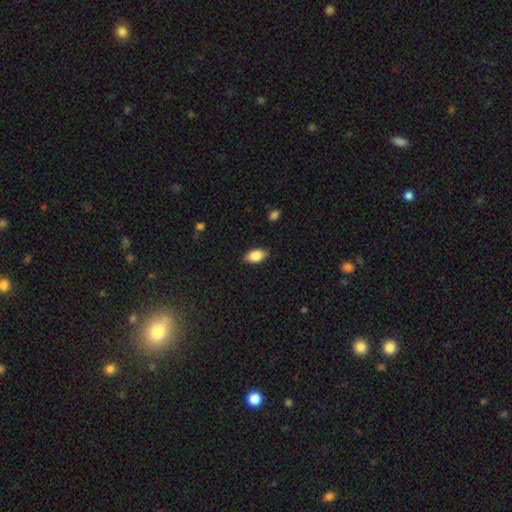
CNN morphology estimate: Smooth or featured?
  - smooth: 86% *
  - star or artifact: 7%
  - featured or disk: 7%
How rounded?
  - in between: 92% *
  - round: 5%
  - cigar-shaped: 3%
Merging?
  - none: 86% *
  - minor disturbance: 11%
  - major disturbance: 2%
  - merger: 1%